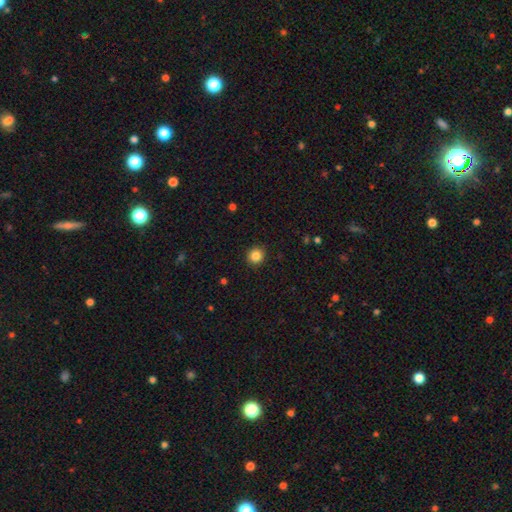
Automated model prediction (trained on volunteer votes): Smooth or featured: smooth — 86% (star or artifact — 11%)
How rounded: round — 91% (in between — 8%)
Merging: none — 92% (minor disturbance — 5%)